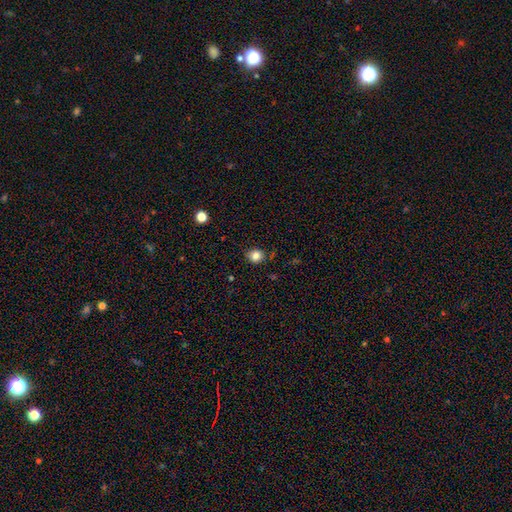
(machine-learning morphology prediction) Smooth or featured: smooth — 82% (star or artifact — 11%)
How rounded: round — 76% (in between — 23%)
Merging: none — 78% (minor disturbance — 17%)